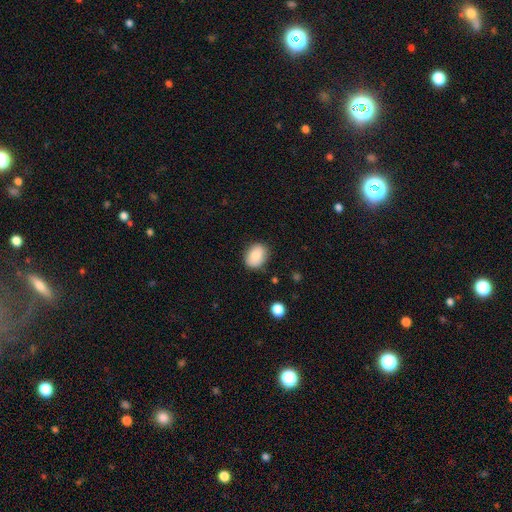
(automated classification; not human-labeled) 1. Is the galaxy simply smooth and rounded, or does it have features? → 85% smooth, 7% star or artifact, 7% featured or disk.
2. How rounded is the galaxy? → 68% in between, 31% round, 1% cigar-shaped.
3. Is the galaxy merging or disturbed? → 83% none, 13% minor disturbance, 3% major disturbance, 1% merger.